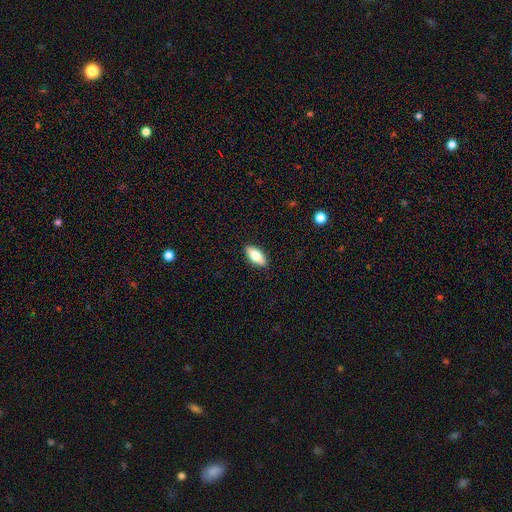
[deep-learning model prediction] Smooth or featured?
  - smooth: 73% *
  - featured or disk: 20%
  - star or artifact: 7%
How rounded?
  - in between: 81% *
  - cigar-shaped: 16%
  - round: 3%
Merging?
  - none: 89% *
  - minor disturbance: 8%
  - major disturbance: 2%
  - merger: 1%